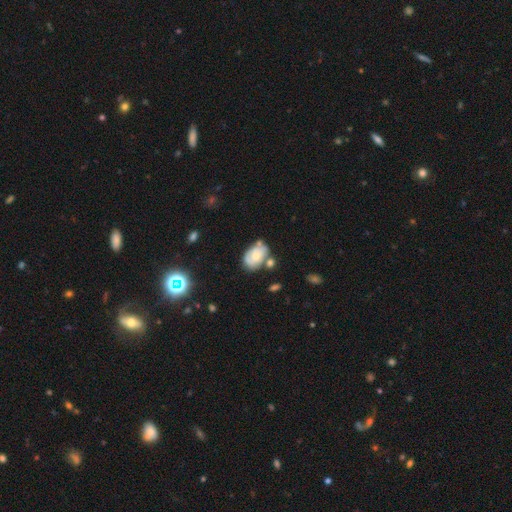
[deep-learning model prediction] A smooth galaxy with no disk features (48%).

Vote fractions:
- Smooth or featured? smooth: 48% / featured or disk: 44% / star or artifact: 8%
- Merging? none: 51% / minor disturbance: 24% / merger: 18% / major disturbance: 8%